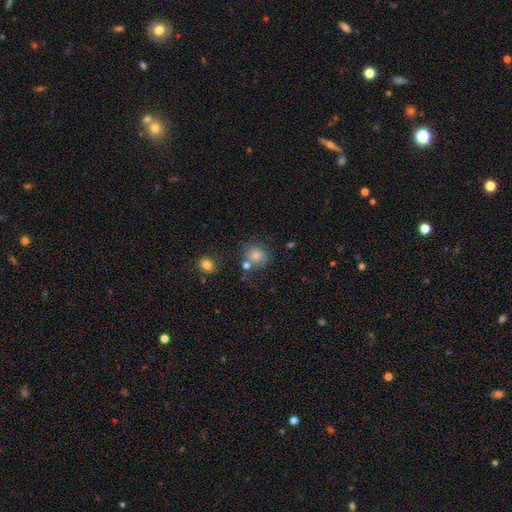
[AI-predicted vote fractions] Smooth or featured: smooth — 77% (star or artifact — 12%)
How rounded: round — 79% (in between — 21%)
Merging: none — 62% (minor disturbance — 18%)